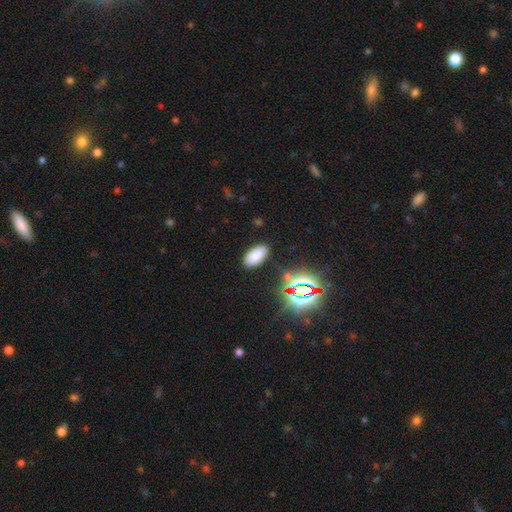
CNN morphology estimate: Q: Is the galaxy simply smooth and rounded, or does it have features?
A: smooth — 78%.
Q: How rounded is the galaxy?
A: in between — 94%.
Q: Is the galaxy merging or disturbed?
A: none — 87%.